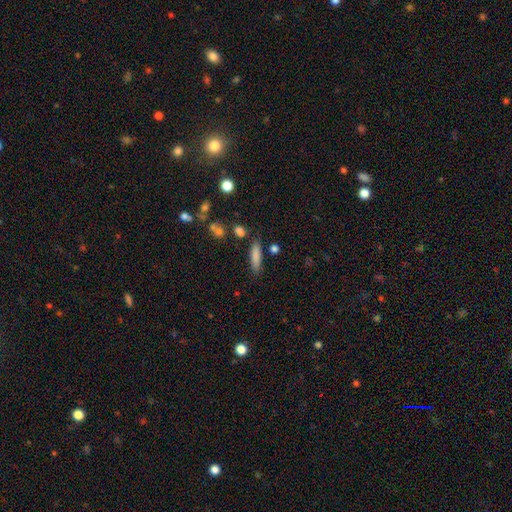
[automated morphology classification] Q: Smooth or featured?
A: smooth (83%); runner-up: featured or disk (9%)
Q: How rounded?
A: cigar-shaped (70%); runner-up: in between (28%)
Q: Merging?
A: none (81%); runner-up: minor disturbance (11%)